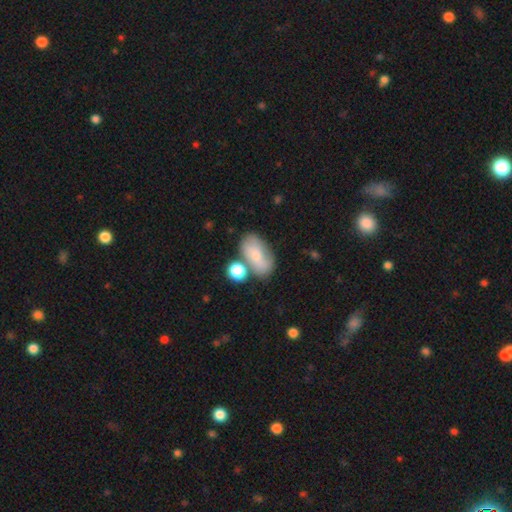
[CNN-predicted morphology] This is likely a smooth galaxy (65%). How rounded: clearly in between (89%). Merging: possibly none (48%).